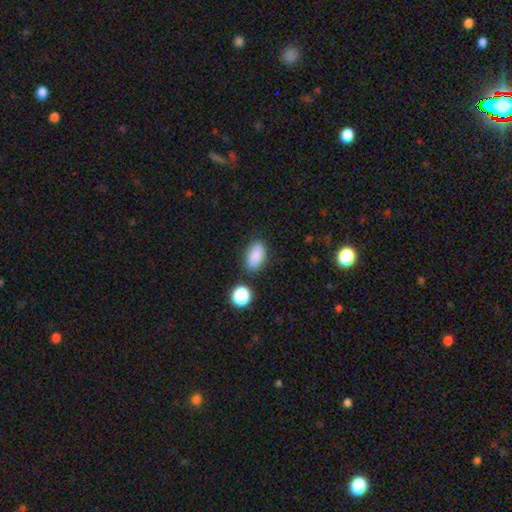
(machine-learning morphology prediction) This appears to be a smooth galaxy with no disk features (86%) that is in between round and cigar-shaped (88%). Merging: none (80%).